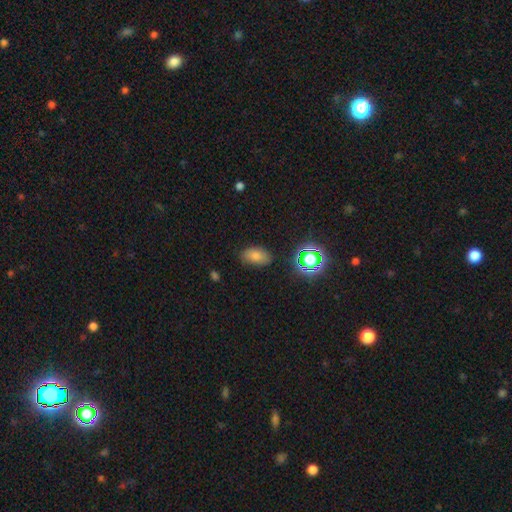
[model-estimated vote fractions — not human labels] This appears to be a smooth galaxy with no disk features (76%) that is in between round and cigar-shaped (90%). Merging: none (78%).